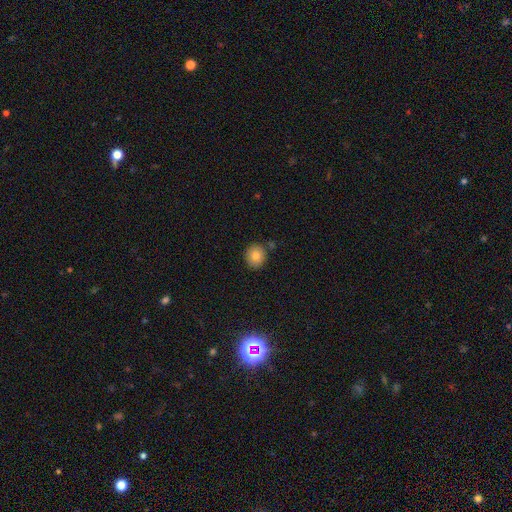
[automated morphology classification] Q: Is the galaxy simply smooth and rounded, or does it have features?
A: smooth — 83%.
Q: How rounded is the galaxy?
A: round — 79%.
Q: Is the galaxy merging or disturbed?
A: none — 81%.